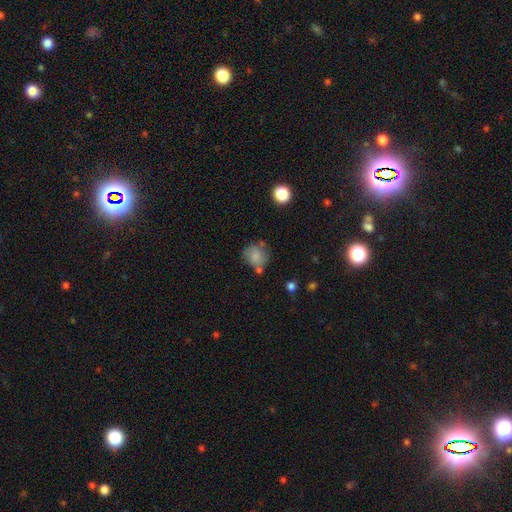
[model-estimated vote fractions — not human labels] Smooth or featured: smooth — 73% (featured or disk — 17%)
How rounded: round — 75% (in between — 24%)
Merging: none — 53% (minor disturbance — 24%)